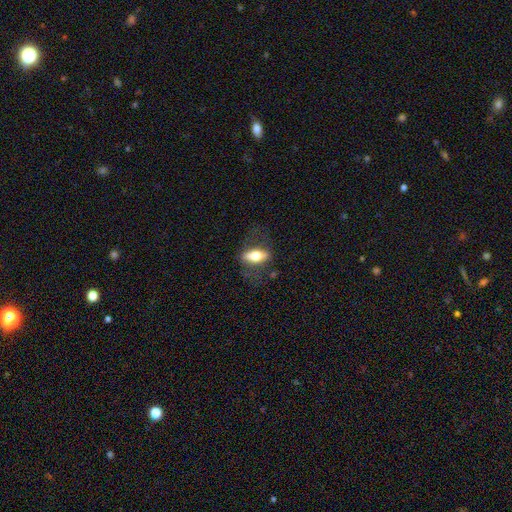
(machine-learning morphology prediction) A smooth galaxy with no disk features (58%) that is in between round and cigar-shaped (69%).

Vote fractions:
- Smooth or featured? smooth: 58% / featured or disk: 35% / star or artifact: 7%
- How rounded? in between: 69% / cigar-shaped: 26% / round: 5%
- Merging? none: 72% / minor disturbance: 16% / major disturbance: 10% / merger: 1%